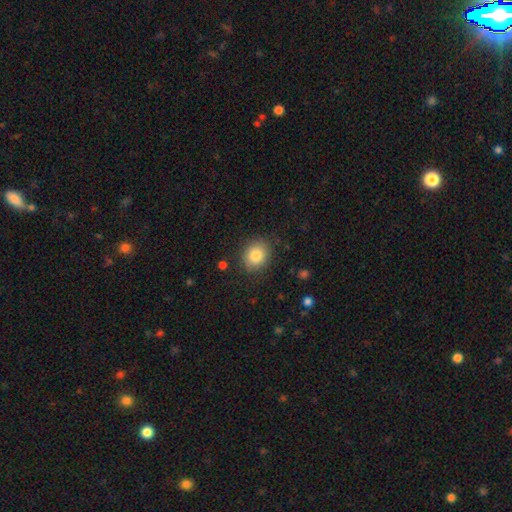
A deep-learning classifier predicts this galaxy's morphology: Smooth or featured: smooth — 83% (star or artifact — 9%)
How rounded: round — 59% (in between — 40%)
Merging: none — 86% (minor disturbance — 10%)